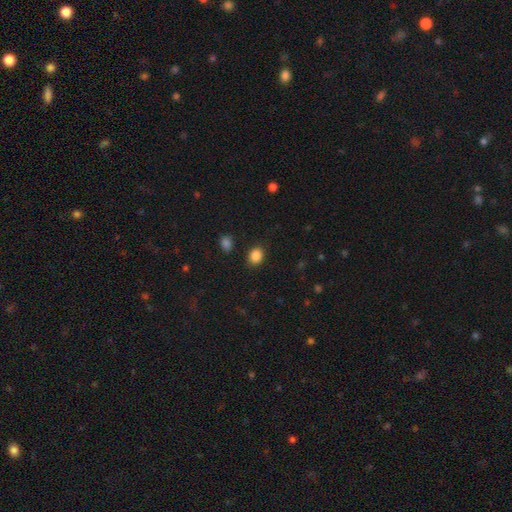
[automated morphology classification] This is clearly a smooth galaxy (87%). How rounded: possibly in between (50%). Merging: clearly none (87%).